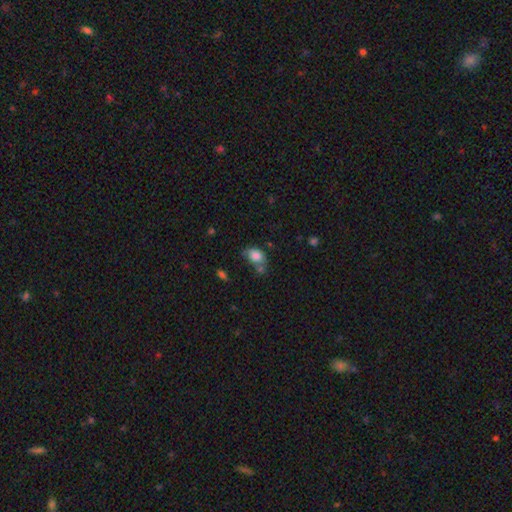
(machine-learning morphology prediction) This appears to be a smooth galaxy with no disk features (82%) that is in between round and cigar-shaped (76%). Merging: none (42%).